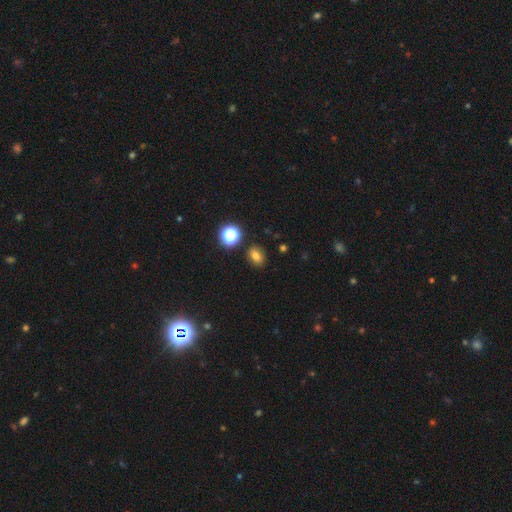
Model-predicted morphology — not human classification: Smooth or featured? smooth (76%)
How rounded? in between (58%)
Merging? none (84%)